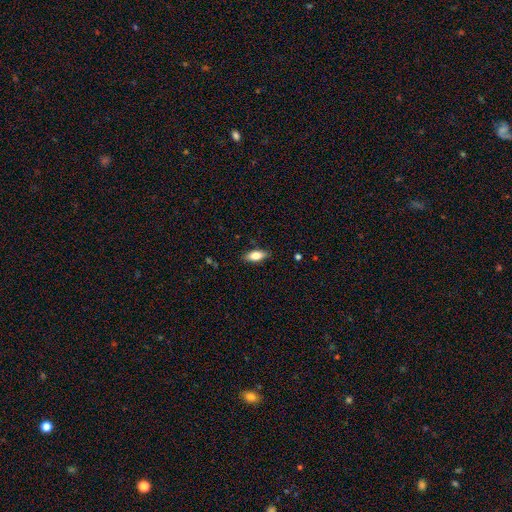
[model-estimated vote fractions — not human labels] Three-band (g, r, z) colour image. It shows a smooth galaxy with no disk features (80%) that is in between round and cigar-shaped (85%). Merging: none (85%).